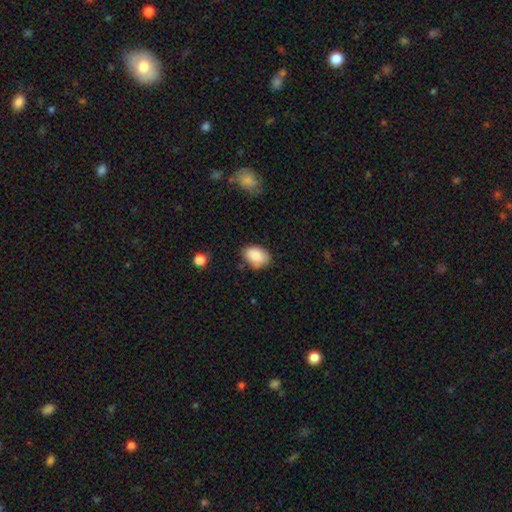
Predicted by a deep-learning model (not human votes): Overall: smooth (87%). How rounded: in between (84%). Merging: none (70%).